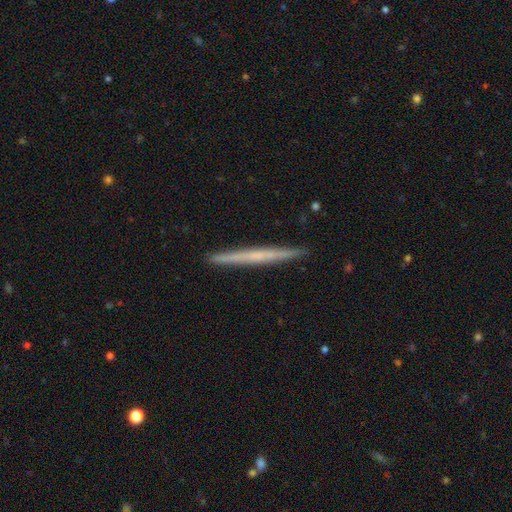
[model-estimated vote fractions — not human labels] smooth_or_featured: featured or disk (p=0.55) [alt: smooth p=0.39]
disk_edge_on: yes (p=0.98) [alt: no p=0.02]
edge_on_bulge: none (p=0.81) [alt: rounded p=0.15]
merging: none (p=0.93) [alt: minor disturbance p=0.05]